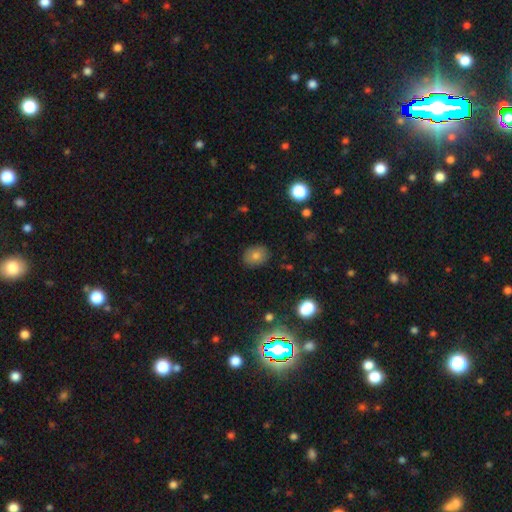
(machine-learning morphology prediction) The model was most divided on "how rounded": round: 50%, in between: 49%, cigar-shaped: 1%. More confident: merging — none (86%); smooth or featured — smooth (77%).